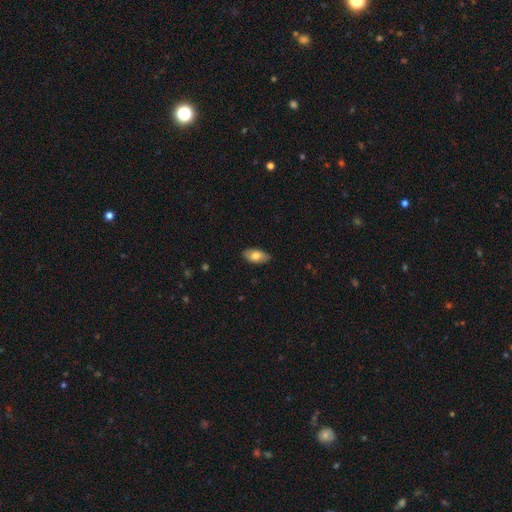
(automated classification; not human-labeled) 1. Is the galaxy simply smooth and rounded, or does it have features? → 75% smooth, 18% featured or disk, 6% star or artifact.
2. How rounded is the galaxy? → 93% in between, 3% round, 3% cigar-shaped.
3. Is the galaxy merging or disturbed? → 84% none, 13% minor disturbance, 2% major disturbance, 1% merger.